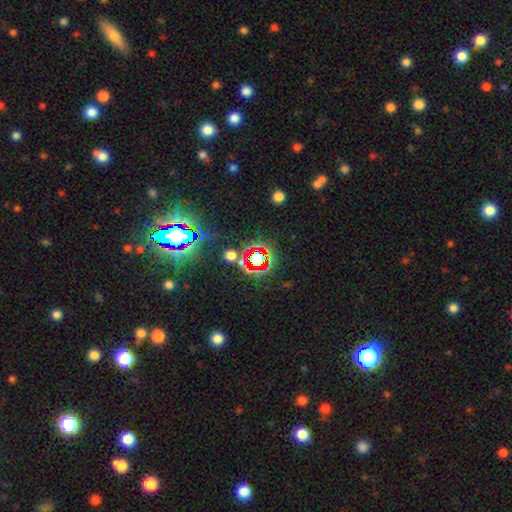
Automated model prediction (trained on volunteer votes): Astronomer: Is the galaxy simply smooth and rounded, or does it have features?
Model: star or artifact — 64%.